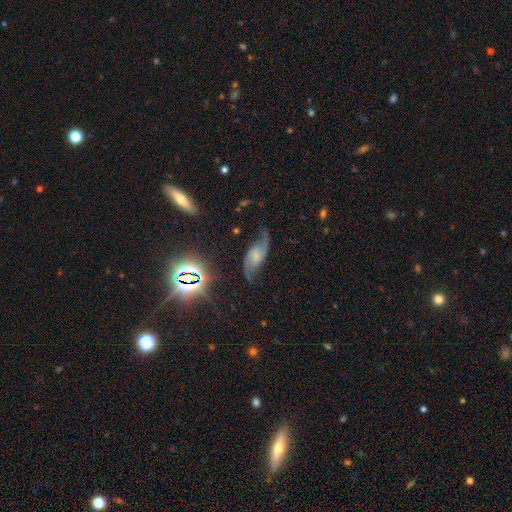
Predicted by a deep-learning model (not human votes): This is likely a featured or disk galaxy (75%). It is clearly not viewed edge-on (94%). Bar: possibly no (56%). Spiral arm pattern: clearly yes (95%). Spiral arm count: clearly 2 (92%). Spiral winding: likely loose (70%). Central bulge: marginally none (34%). Merging: likely none (67%).